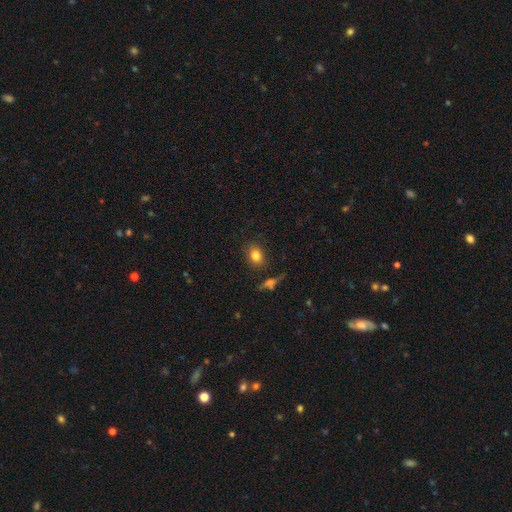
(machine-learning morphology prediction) The model was most divided on "how rounded": in between: 54%, round: 44%, cigar-shaped: 2%. More confident: merging — none (84%); smooth or featured — smooth (80%).